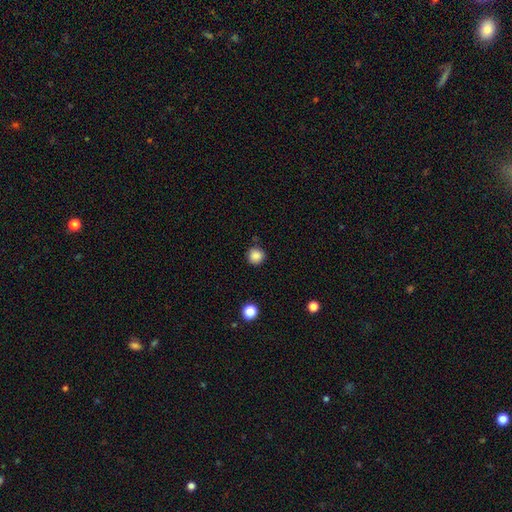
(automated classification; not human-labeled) A smooth galaxy with no disk features (86%) that is round (93%).

Vote fractions:
- Smooth or featured? smooth: 86% / star or artifact: 11% / featured or disk: 3%
- How rounded? round: 93% / in between: 6% / cigar-shaped: 1%
- Merging? none: 86% / minor disturbance: 9% / merger: 2% / major disturbance: 2%